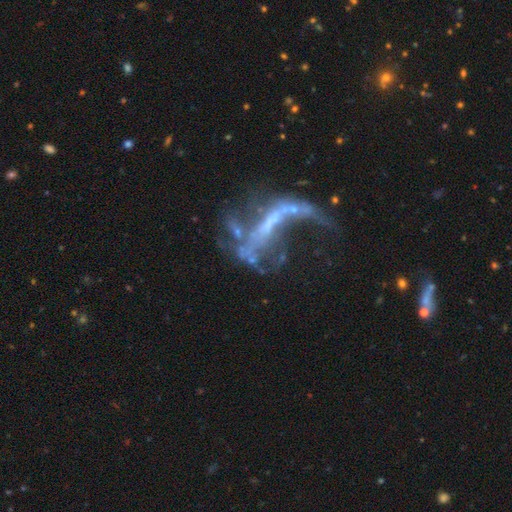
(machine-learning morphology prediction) Overall: featured or disk (71%). Edge-on disk: no (90%). Bar: no (50%; strong 29%). Spiral arms: no (63%; yes 37%). Bulge size: none (65%). Merging: major disturbance (41%; none 24%).